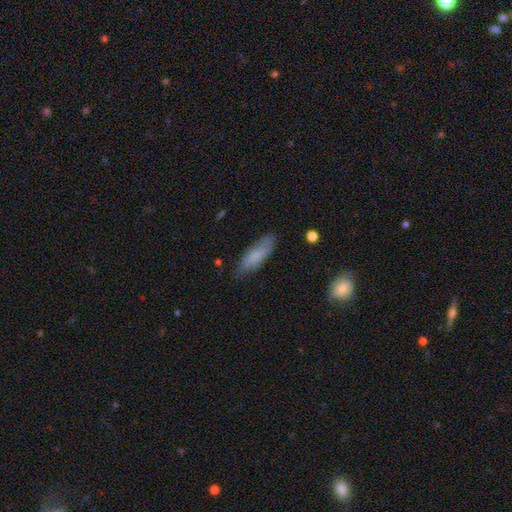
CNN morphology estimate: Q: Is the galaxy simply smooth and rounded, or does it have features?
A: smooth — 73%.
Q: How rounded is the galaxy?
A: in between — 54%.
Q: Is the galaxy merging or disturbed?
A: none — 73%.